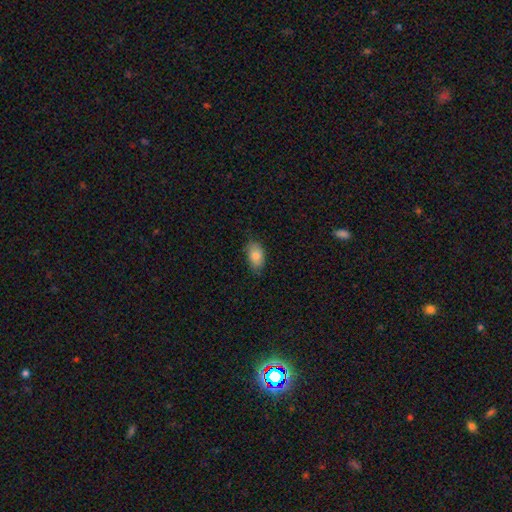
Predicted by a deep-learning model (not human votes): Overall: smooth (83%). How rounded: in between (92%). Merging: none (77%).